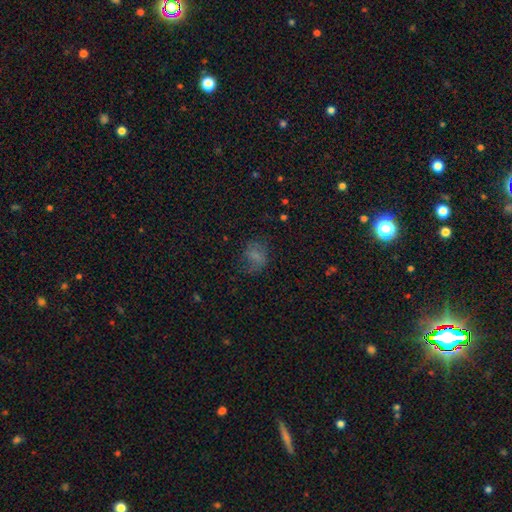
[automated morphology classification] smooth_or_featured: smooth (p=0.61) [alt: featured or disk p=0.21]
how_rounded: in between (p=0.53) [alt: round p=0.46]
merging: none (p=0.55) [alt: minor disturbance p=0.23]